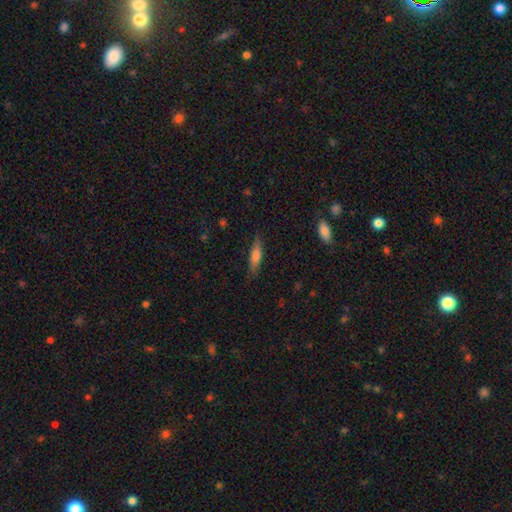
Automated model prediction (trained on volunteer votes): Morphology: type=smooth (68%); roundness=cigar-shaped (69%); merging=none (82%).